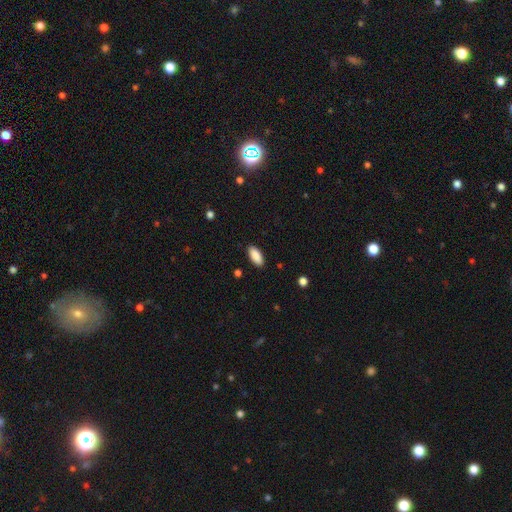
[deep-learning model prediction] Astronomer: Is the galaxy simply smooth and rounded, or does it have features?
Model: smooth — 90%.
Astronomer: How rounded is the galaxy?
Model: in between — 87%.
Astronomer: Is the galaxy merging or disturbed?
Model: none — 89%.